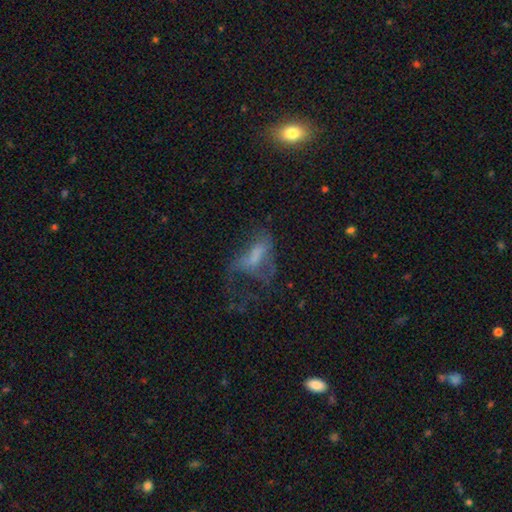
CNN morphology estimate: The model was most divided on "smooth or featured": featured or disk: 45%, smooth: 38%, star or artifact: 17%. More confident: merging — major disturbance (57%).